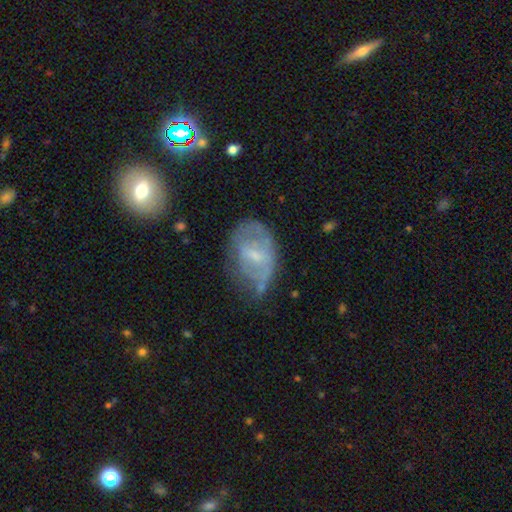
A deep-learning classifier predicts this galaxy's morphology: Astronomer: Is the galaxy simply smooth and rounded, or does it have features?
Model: featured or disk — 59%.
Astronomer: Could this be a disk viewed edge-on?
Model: no — 95%.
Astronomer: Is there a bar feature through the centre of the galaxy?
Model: weak — 49% (runner-up: no, 38%).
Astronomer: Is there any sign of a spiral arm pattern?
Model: no — 50%, tied with yes at 50%.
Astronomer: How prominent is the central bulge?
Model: small — 53% (runner-up: moderate, 32%).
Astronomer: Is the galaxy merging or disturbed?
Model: none — 39% (runner-up: minor disturbance, 33%).